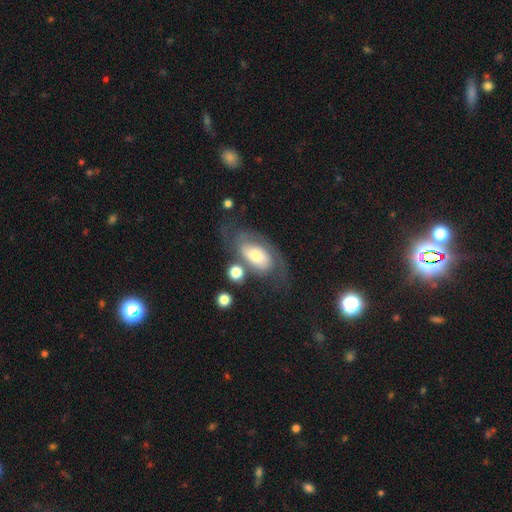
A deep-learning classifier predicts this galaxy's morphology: smooth-or-featured: featured or disk: 65% | smooth: 28% | star or artifact: 8%
  disk-edge-on: no: 93% | yes: 7%
    bar: no: 67% | weak: 24% | strong: 9%
    has-spiral-arms: yes: 81% | no: 19%
    bulge-size: moderate: 48% | small: 35% | large: 12% | dominant: 3% | none: 2%
  merging: none: 53% | minor disturbance: 20% | major disturbance: 20% | merger: 8%